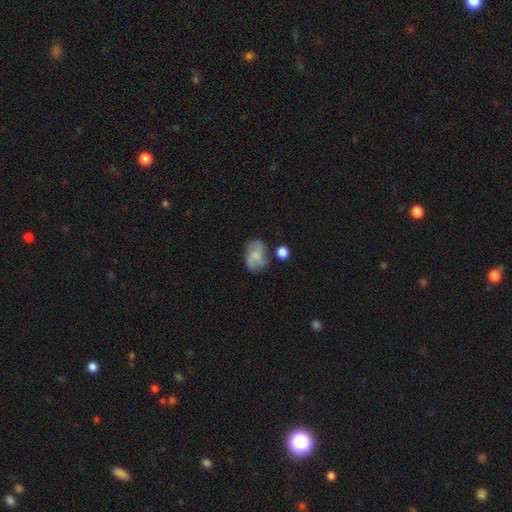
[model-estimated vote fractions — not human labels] Overall: featured or disk (48%; smooth 44%). Merging: none (61%; minor disturbance 22%).